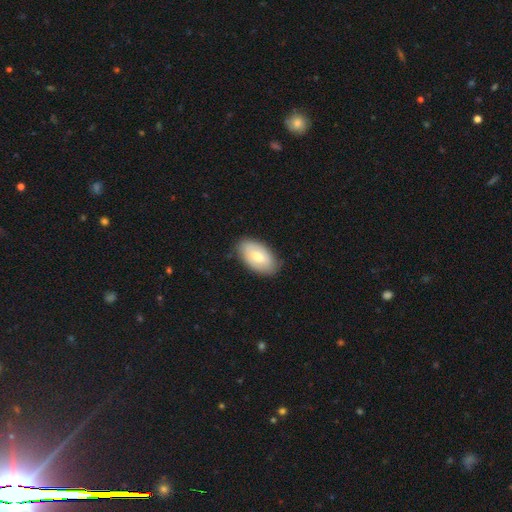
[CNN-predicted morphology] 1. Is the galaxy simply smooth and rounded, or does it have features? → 63% smooth, 31% featured or disk, 6% star or artifact.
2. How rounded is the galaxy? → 94% in between, 4% round, 2% cigar-shaped.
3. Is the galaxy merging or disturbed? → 82% none, 15% minor disturbance, 3% major disturbance, 1% merger.